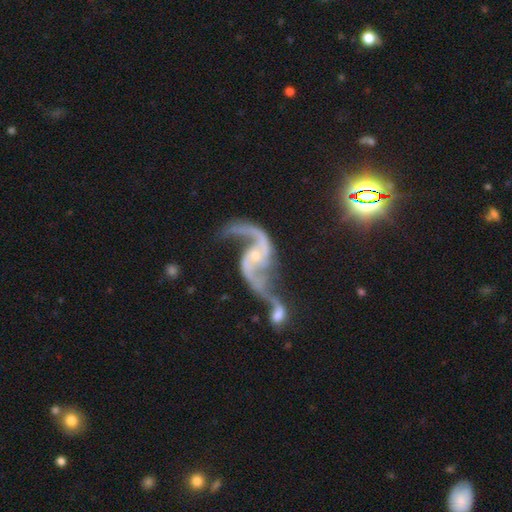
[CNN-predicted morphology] Smooth or featured? Predicted: featured or disk (p=0.91). Edge-on disk? Predicted: no (p=0.97). Bar? Predicted: no (p=0.53). Spiral arms? Predicted: yes (p=0.97). Spiral winding? Predicted: loose (p=0.75). Spiral arm count? Predicted: 2 (p=0.93). Bulge size? Predicted: small (p=0.70). Merging? Predicted: merger (p=0.43).